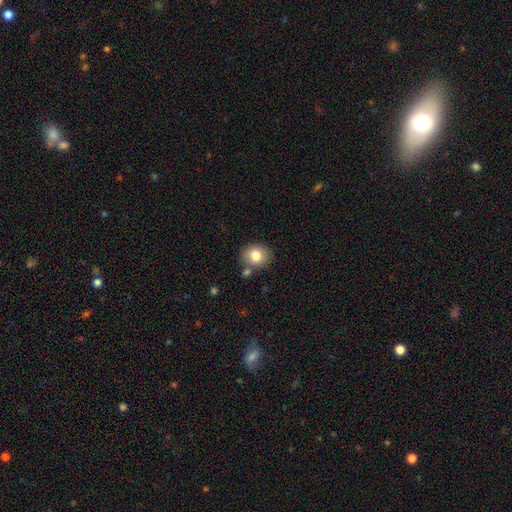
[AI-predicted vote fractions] The model was most divided on "how rounded": round: 60%, in between: 39%, cigar-shaped: 1%. More confident: smooth or featured — smooth (80%); merging — none (75%).